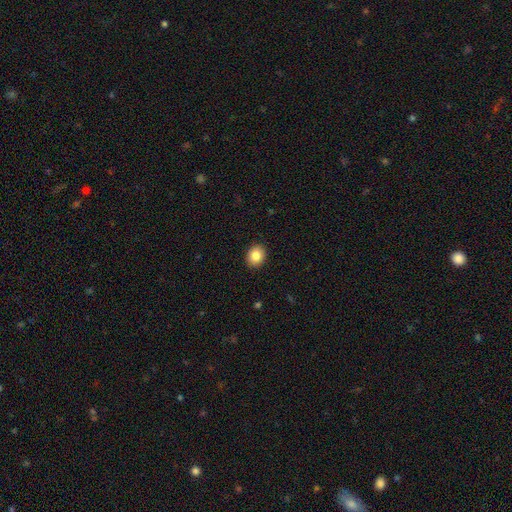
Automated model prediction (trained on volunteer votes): This appears to be a smooth galaxy with no disk features (85%) that is round (57%). Merging: none (91%).